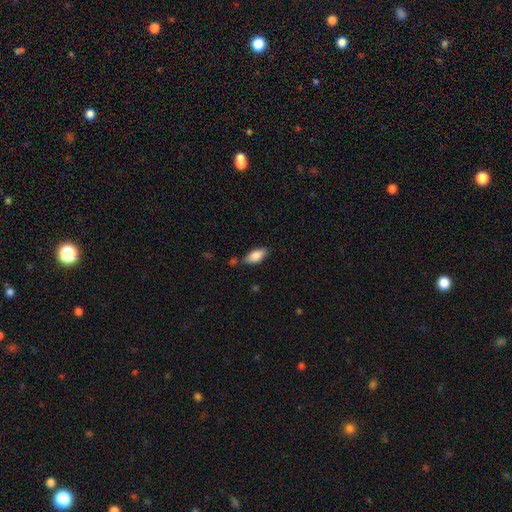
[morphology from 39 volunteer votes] Smooth or featured? 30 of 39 (77%) said smooth. How rounded? 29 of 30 (97%) said in between. Merging? 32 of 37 (86%) said none.